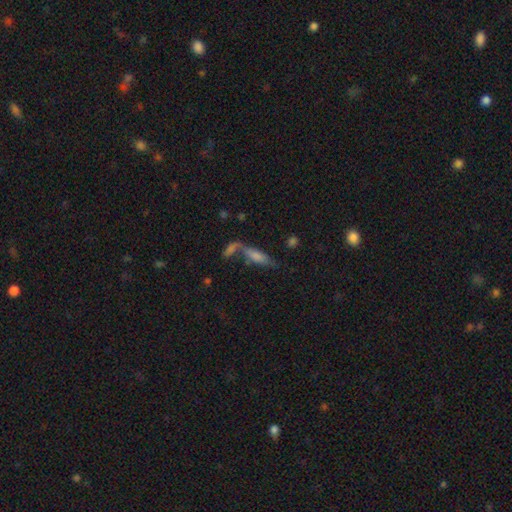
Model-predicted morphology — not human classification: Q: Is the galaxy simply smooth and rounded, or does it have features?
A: smooth — 60%.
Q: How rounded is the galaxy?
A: cigar-shaped — 62%.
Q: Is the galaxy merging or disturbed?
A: none — 47%.